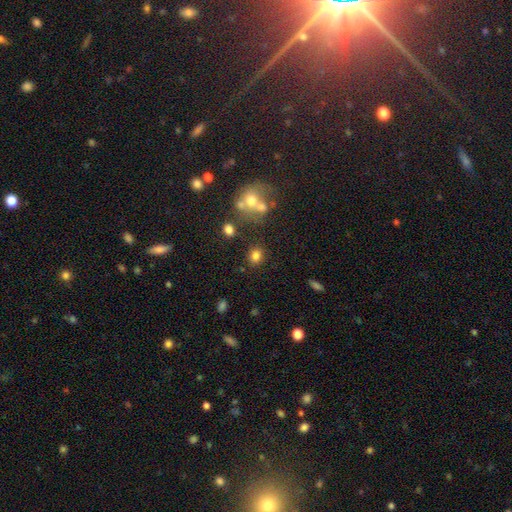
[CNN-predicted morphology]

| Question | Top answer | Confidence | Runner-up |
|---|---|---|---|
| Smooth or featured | smooth | 79% | star or artifact (13%) |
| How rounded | round | 65% | in between (34%) |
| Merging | none | 79% | minor disturbance (10%) |